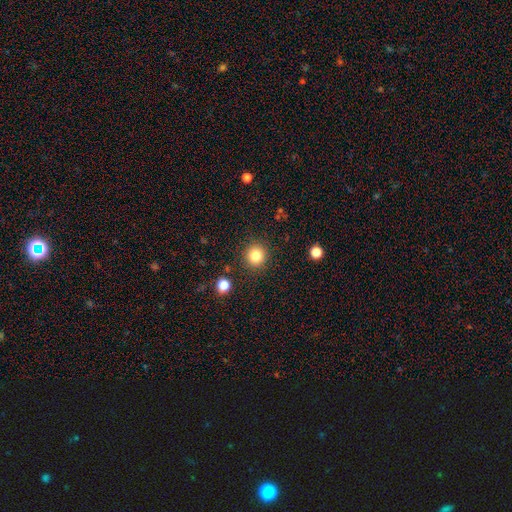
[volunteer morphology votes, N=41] Q: Smooth or featured?
A: smooth (78%); runner-up: featured or disk (15%)
Q: How rounded?
A: round (97%); runner-up: in between (3%)
Q: Merging?
A: none (95%); runner-up: minor disturbance (5%)